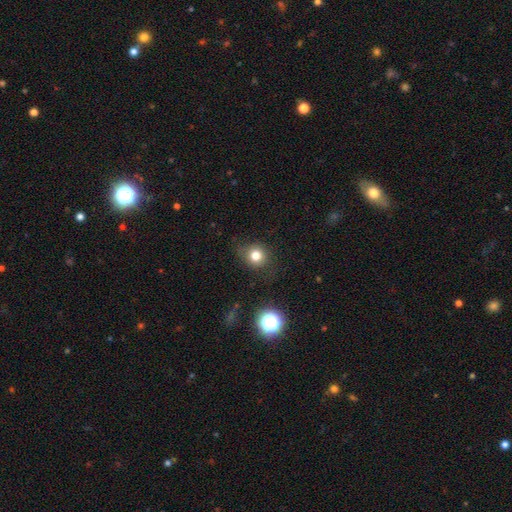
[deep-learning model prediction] Smooth or featured?
  - smooth: 77% *
  - star or artifact: 15%
  - featured or disk: 7%
How rounded?
  - round: 85% *
  - in between: 14%
  - cigar-shaped: 1%
Merging?
  - none: 79% *
  - minor disturbance: 15%
  - major disturbance: 5%
  - merger: 2%